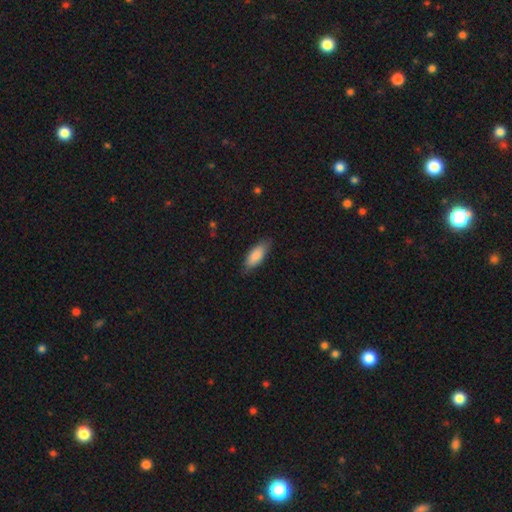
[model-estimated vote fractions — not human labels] This is clearly a smooth galaxy (86%). How rounded: likely in between (75%). Merging: clearly none (82%).